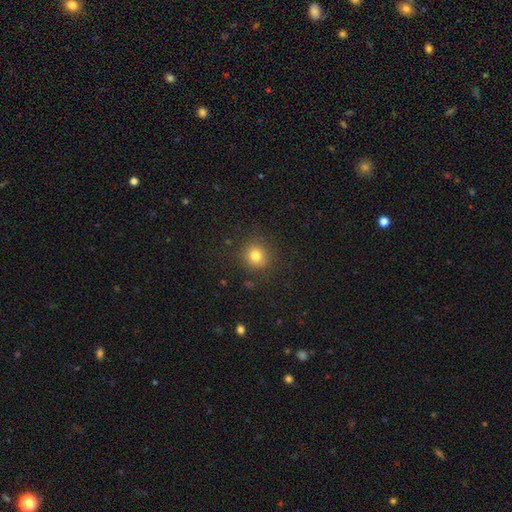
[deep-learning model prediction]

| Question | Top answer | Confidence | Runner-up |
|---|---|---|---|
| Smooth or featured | smooth | 80% | star or artifact (13%) |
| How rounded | round | 90% | in between (9%) |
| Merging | none | 88% | minor disturbance (8%) |